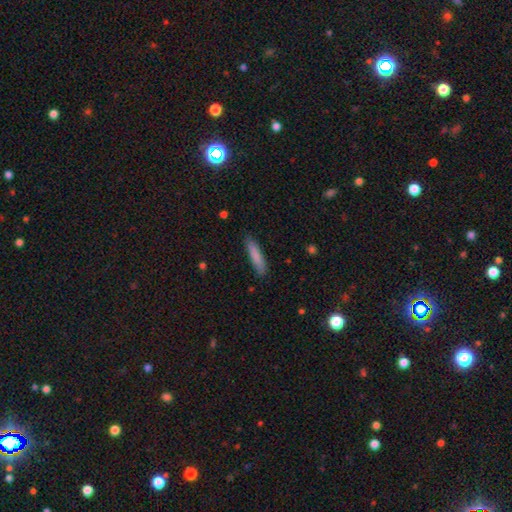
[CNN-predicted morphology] smooth 82%, featured or disk 12%, star or artifact 6%. Down the decision tree: how rounded — cigar-shaped (87%); merging — none (85%).